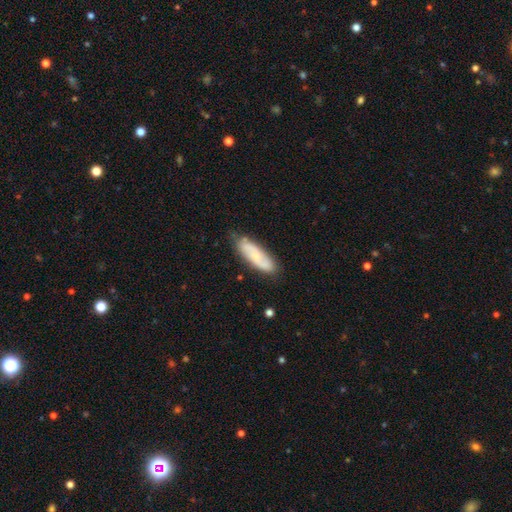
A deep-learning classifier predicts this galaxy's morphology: type=smooth (48%); merging=none (76%).